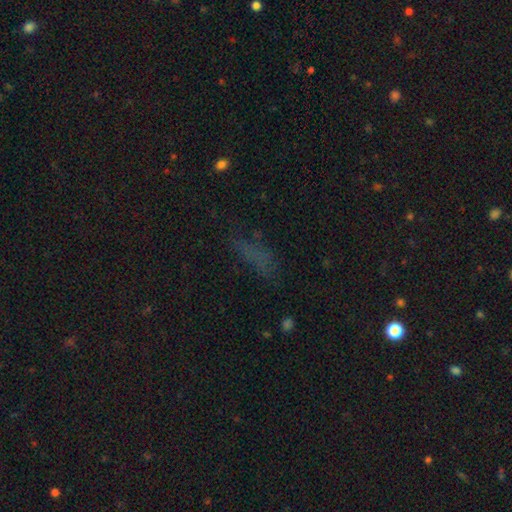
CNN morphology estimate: type=smooth (51%); roundness=cigar-shaped (49%); merging=none (64%).